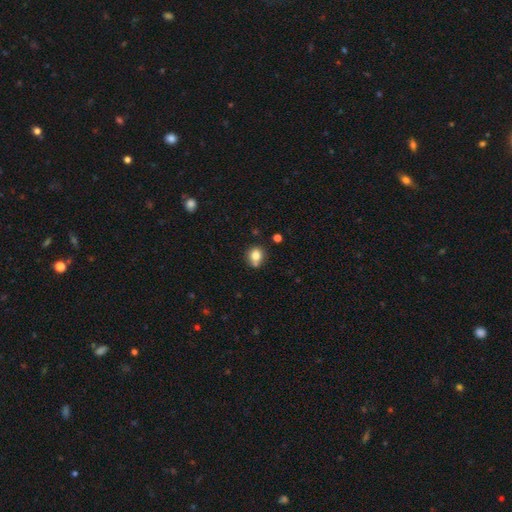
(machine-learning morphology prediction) smooth 80%, star or artifact 11%, featured or disk 9%. Down the decision tree: how rounded — round (73%); merging — none (65%).